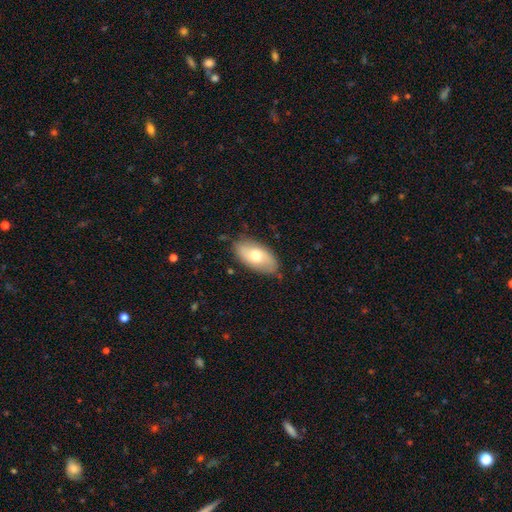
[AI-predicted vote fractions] Q: Smooth or featured?
A: smooth (60%); runner-up: featured or disk (34%)
Q: How rounded?
A: in between (93%); runner-up: cigar-shaped (4%)
Q: Merging?
A: none (81%); runner-up: minor disturbance (15%)